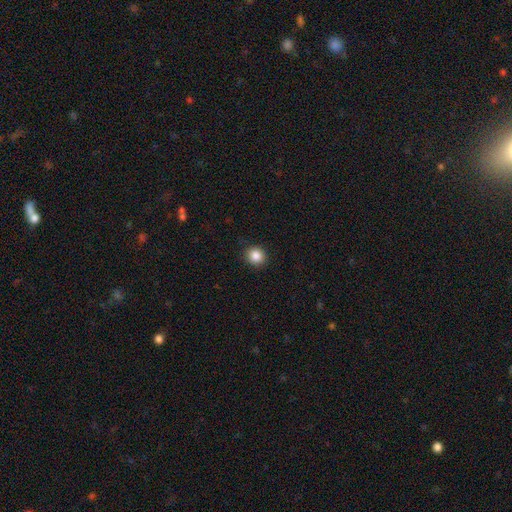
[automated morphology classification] This appears to be a smooth galaxy with no disk features (86%) that is round (88%). Merging: none (91%).